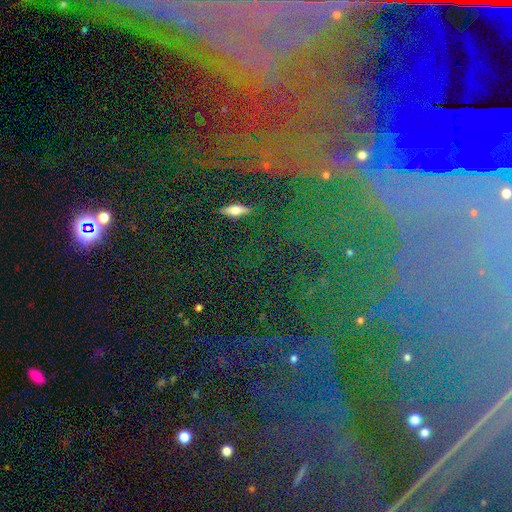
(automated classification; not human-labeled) star or artifact 78%, featured or disk 12%, smooth 9%.